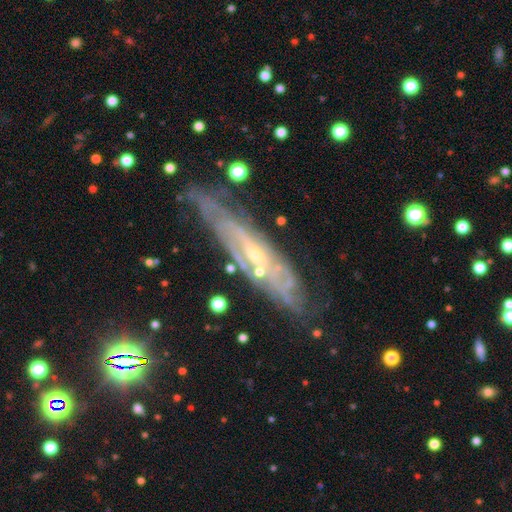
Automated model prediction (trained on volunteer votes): A featured or disk galaxy (79%). Merging: none (68%).